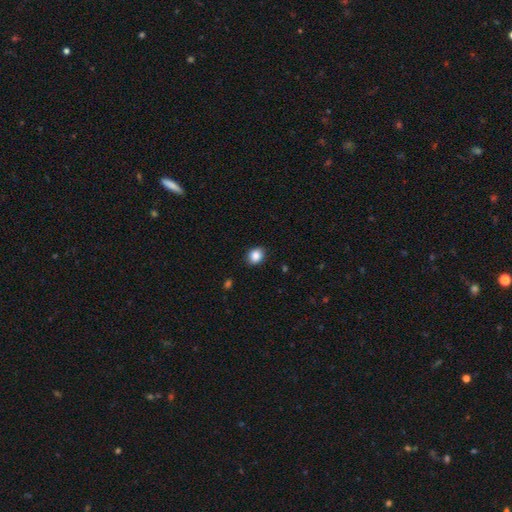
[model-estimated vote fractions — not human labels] Smooth or featured? Predicted: smooth (p=0.87). How rounded? Predicted: round (p=0.60). Merging? Predicted: none (p=0.89).